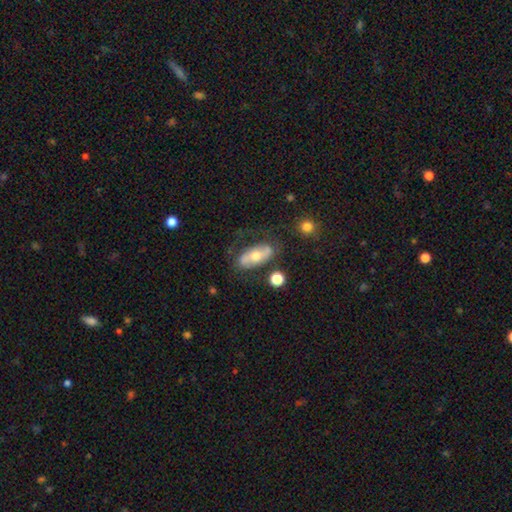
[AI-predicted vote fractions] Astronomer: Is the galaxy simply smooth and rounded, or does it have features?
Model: featured or disk — 54% (runner-up: smooth, 39%).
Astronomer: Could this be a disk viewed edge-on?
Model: no — 84%.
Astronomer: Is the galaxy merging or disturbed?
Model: none — 66%.